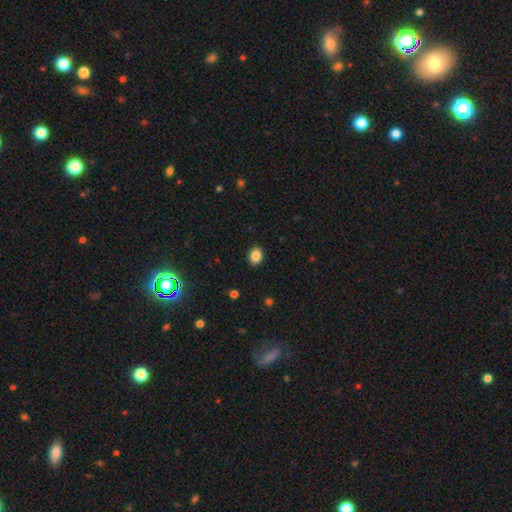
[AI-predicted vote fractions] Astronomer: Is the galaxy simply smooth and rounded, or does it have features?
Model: smooth — 87%.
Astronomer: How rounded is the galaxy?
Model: in between — 58% (runner-up: round, 41%).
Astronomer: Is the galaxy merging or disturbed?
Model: none — 90%.